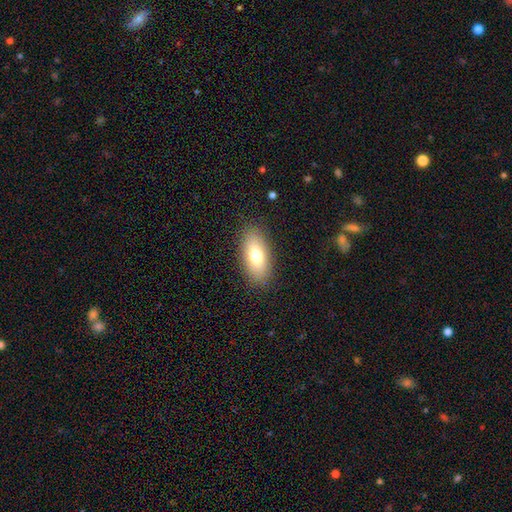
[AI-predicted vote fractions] Q: Smooth or featured?
A: smooth (73%); runner-up: featured or disk (18%)
Q: How rounded?
A: in between (87%); runner-up: cigar-shaped (8%)
Q: Merging?
A: none (88%); runner-up: minor disturbance (9%)